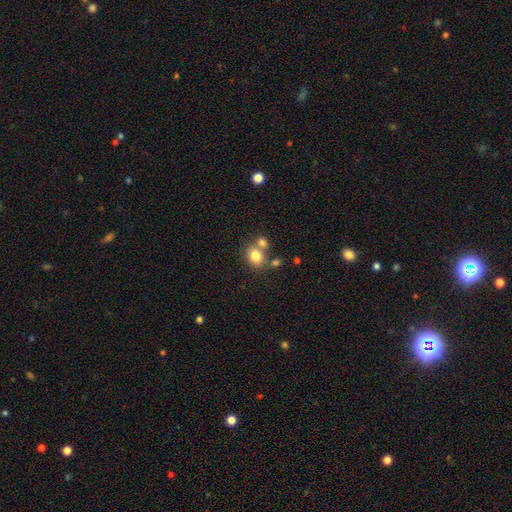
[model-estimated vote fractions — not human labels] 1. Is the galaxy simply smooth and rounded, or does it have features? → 80% smooth, 11% star or artifact, 9% featured or disk.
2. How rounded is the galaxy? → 61% round, 38% in between, 1% cigar-shaped.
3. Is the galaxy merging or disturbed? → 52% none, 34% merger, 11% minor disturbance, 4% major disturbance.